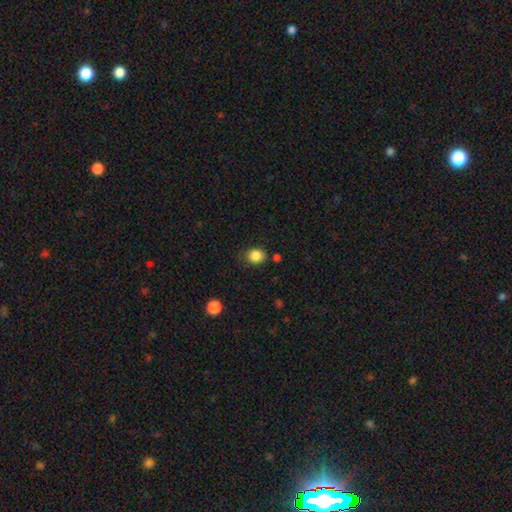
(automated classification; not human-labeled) Overall: smooth (86%). How rounded: round (73%). Merging: none (80%).